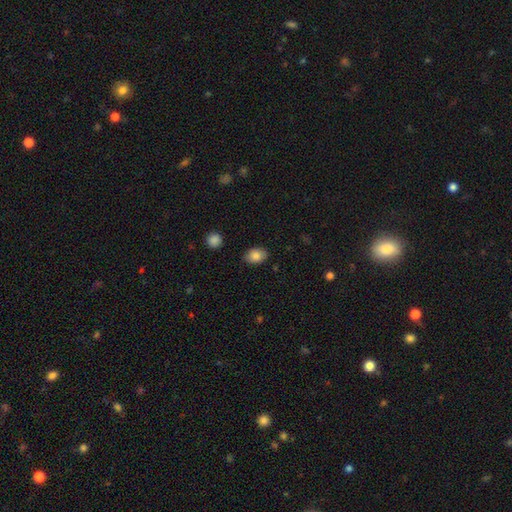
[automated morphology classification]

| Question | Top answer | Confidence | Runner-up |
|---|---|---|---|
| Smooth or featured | smooth | 85% | star or artifact (8%) |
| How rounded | in between | 78% | round (20%) |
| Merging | none | 84% | minor disturbance (12%) |